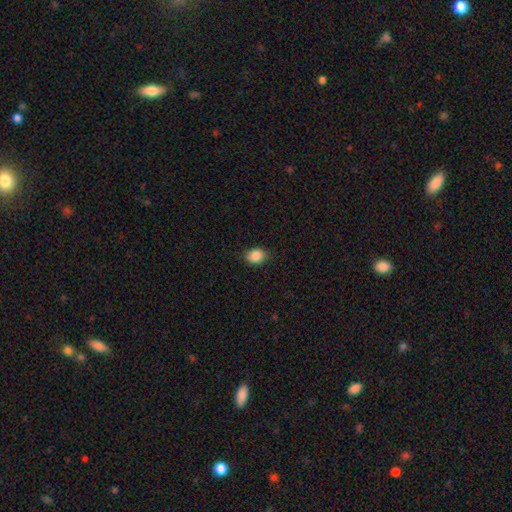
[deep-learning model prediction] This is clearly a smooth galaxy (87%). How rounded: possibly in between (60%). Merging: clearly none (85%).